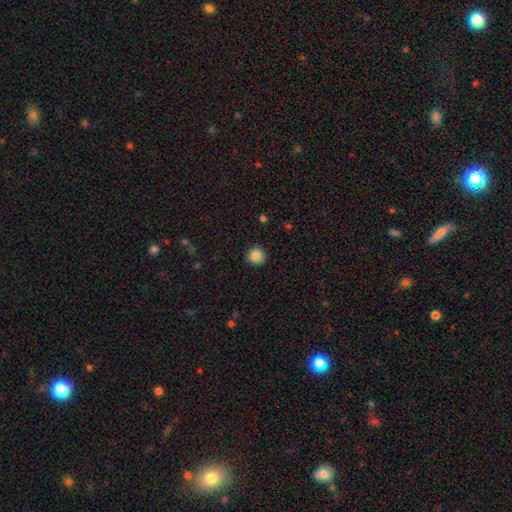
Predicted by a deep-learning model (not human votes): The model was most divided on "smooth or featured": smooth: 86%, star or artifact: 9%, featured or disk: 5%. More confident: how rounded — round (94%); merging — none (92%).